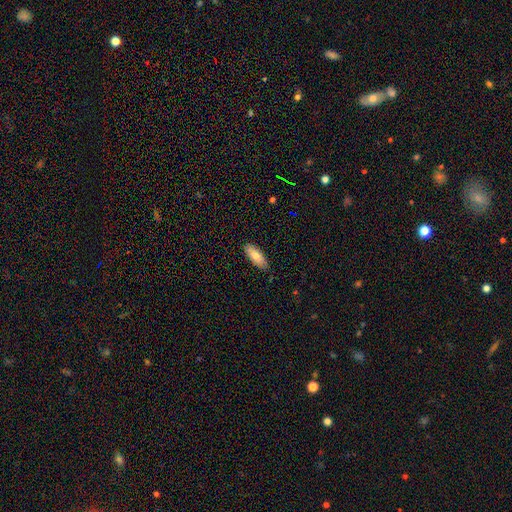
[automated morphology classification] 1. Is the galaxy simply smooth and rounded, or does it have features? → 76% smooth, 17% featured or disk, 6% star or artifact.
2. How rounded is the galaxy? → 74% in between, 24% cigar-shaped, 2% round.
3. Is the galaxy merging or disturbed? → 86% none, 11% minor disturbance, 2% major disturbance, 1% merger.